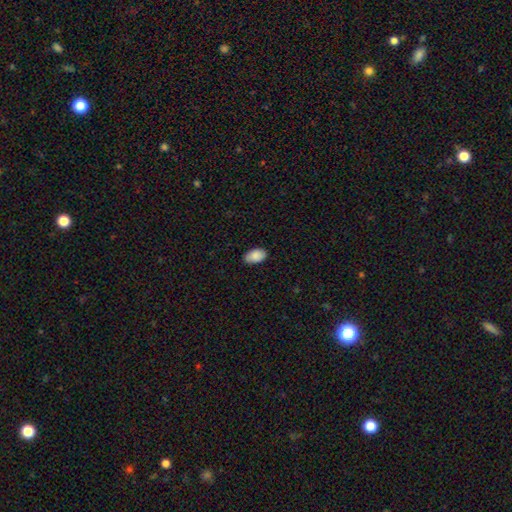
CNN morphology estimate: smooth 89%, star or artifact 6%, featured or disk 5%. Down the decision tree: how rounded — in between (93%); merging — none (84%).